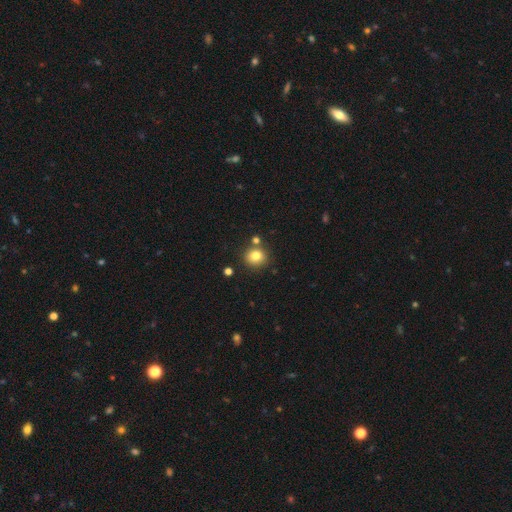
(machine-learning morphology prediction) smooth-or-featured: smooth: 81% | star or artifact: 12% | featured or disk: 8%
  how-rounded: round: 83% | in between: 16% | cigar-shaped: 1%
  merging: none: 78% | merger: 10% | minor disturbance: 10% | major disturbance: 3%